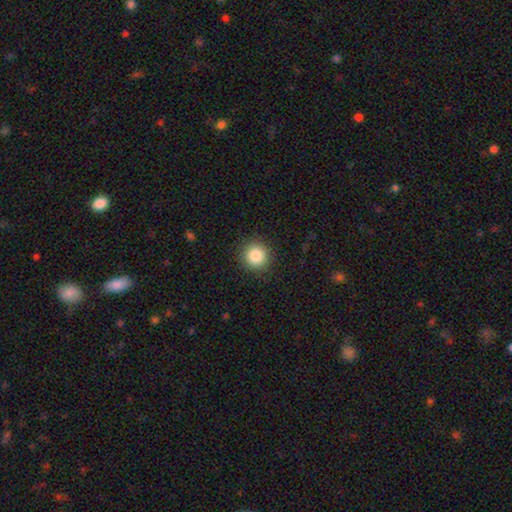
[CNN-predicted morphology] type=smooth (86%); roundness=round (94%); merging=none (91%).